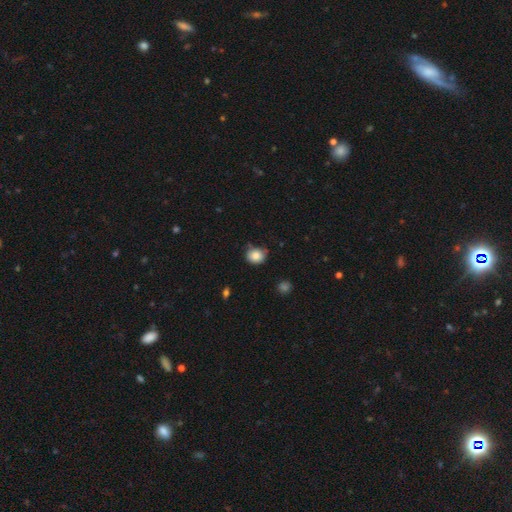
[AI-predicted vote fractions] Overall: smooth (84%). How rounded: round (65%; in between 34%). Merging: none (70%).